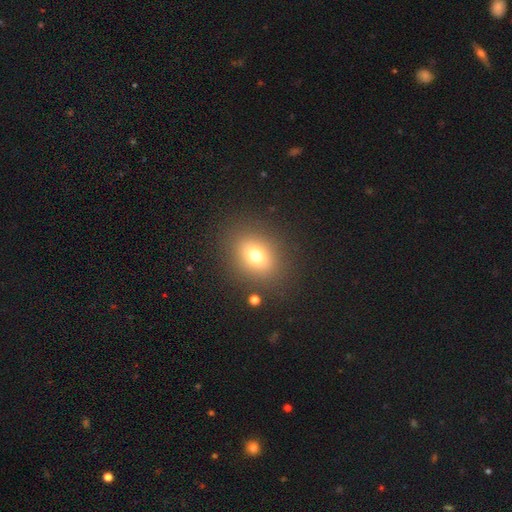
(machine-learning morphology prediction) smooth 72%, star or artifact 15%, featured or disk 13%. Down the decision tree: how rounded — in between (53%); merging — none (85%).